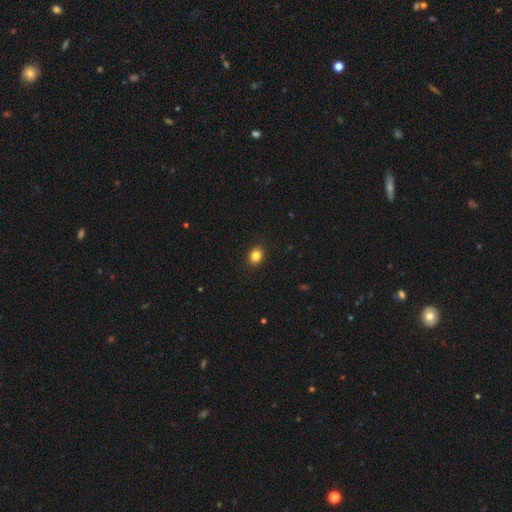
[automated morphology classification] A smooth galaxy with no disk features (84%) that is in between round and cigar-shaped (50%). Merging: none (90%).